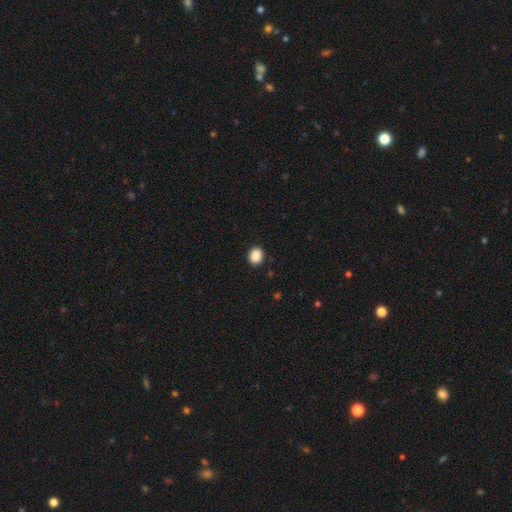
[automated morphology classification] Smooth or featured? smooth (89%)
How rounded? round (65%)
Merging? none (92%)